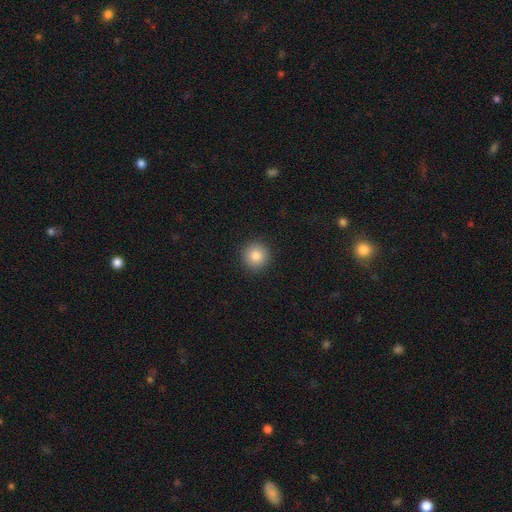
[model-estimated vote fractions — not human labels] smooth-or-featured: smooth: 84% | star or artifact: 10% | featured or disk: 6%
  how-rounded: round: 94% | in between: 5% | cigar-shaped: 1%
  merging: none: 92% | minor disturbance: 5% | major disturbance: 2% | merger: 1%